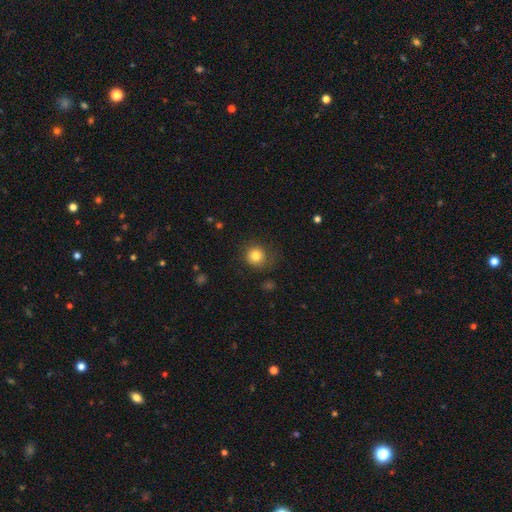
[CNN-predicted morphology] A smooth galaxy with no disk features (81%) that is round (90%). Merging: none (74%).